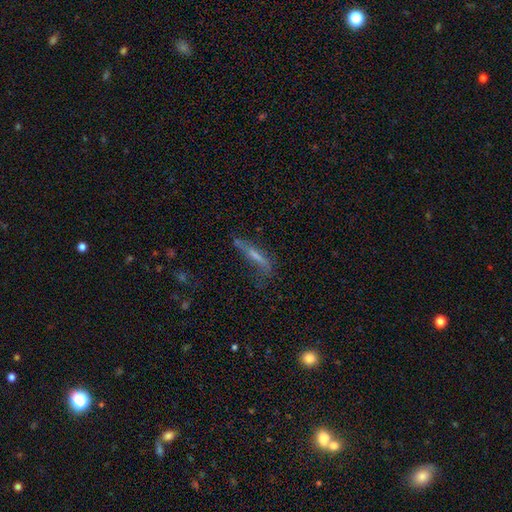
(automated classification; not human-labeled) Smooth or featured? smooth (48%)
Merging? none (42%)